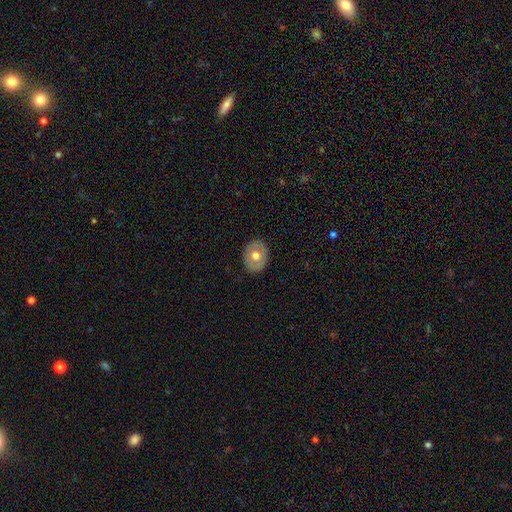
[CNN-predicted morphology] Smooth or featured: smooth — 55% (featured or disk — 38%)
How rounded: round — 52% (in between — 47%)
Merging: none — 87% (minor disturbance — 10%)